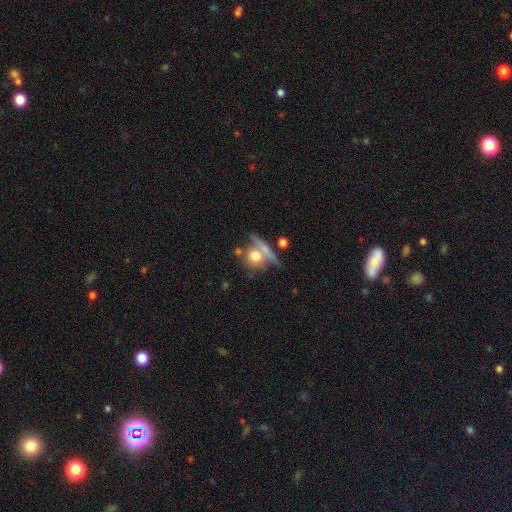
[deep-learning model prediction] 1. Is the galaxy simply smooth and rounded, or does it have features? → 68% smooth, 23% featured or disk, 9% star or artifact.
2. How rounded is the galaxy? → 75% round, 18% in between, 7% cigar-shaped.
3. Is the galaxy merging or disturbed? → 43% none, 34% merger, 13% minor disturbance, 10% major disturbance.